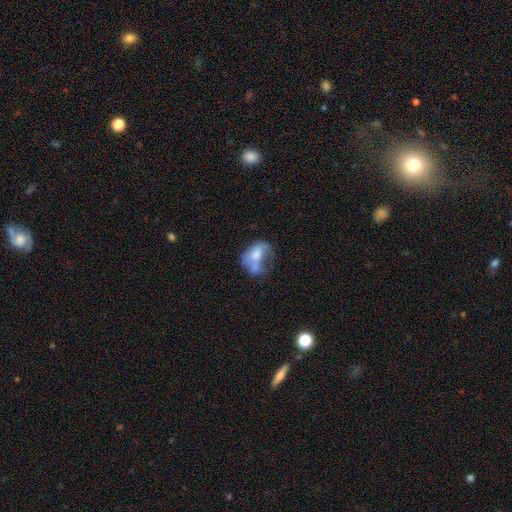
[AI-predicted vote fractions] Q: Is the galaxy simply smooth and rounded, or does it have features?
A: featured or disk — 46%.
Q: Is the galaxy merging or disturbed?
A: major disturbance — 34%.